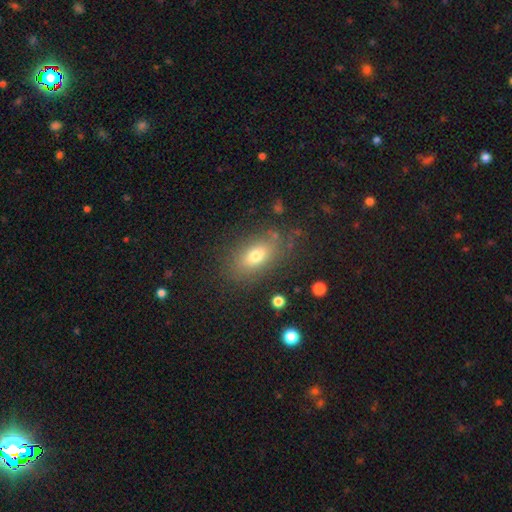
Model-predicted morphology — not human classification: Q: Smooth or featured?
A: smooth (71%); runner-up: featured or disk (17%)
Q: How rounded?
A: in between (83%); runner-up: round (12%)
Q: Merging?
A: none (78%); runner-up: minor disturbance (14%)